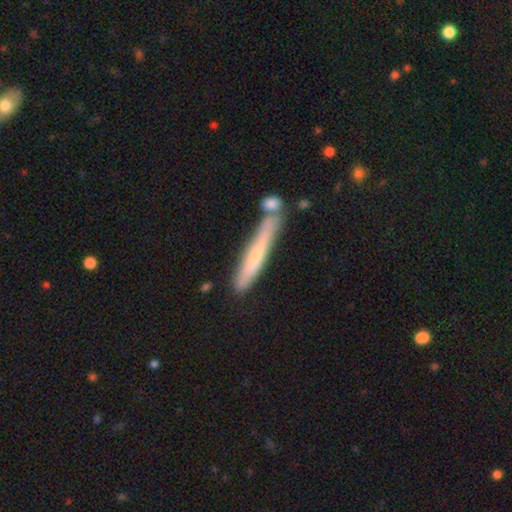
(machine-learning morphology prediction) type=smooth (63%); roundness=cigar-shaped (94%); merging=none (60%).